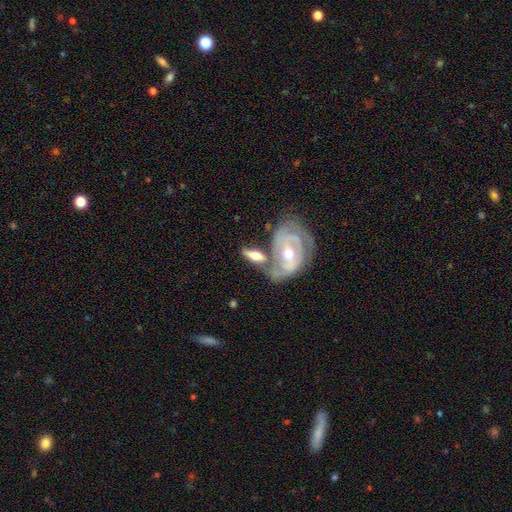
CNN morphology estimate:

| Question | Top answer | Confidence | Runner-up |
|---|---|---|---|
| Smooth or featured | featured or disk | 58% | smooth (36%) |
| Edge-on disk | no | 75% | yes (25%) |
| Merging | none | 38% | merger (35%) |